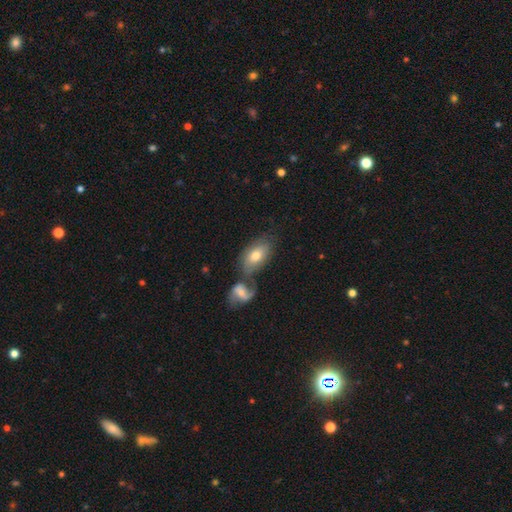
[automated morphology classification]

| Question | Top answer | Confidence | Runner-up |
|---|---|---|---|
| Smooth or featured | smooth | 65% | featured or disk (29%) |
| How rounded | in between | 91% | round (7%) |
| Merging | merger | 45% | none (35%) |